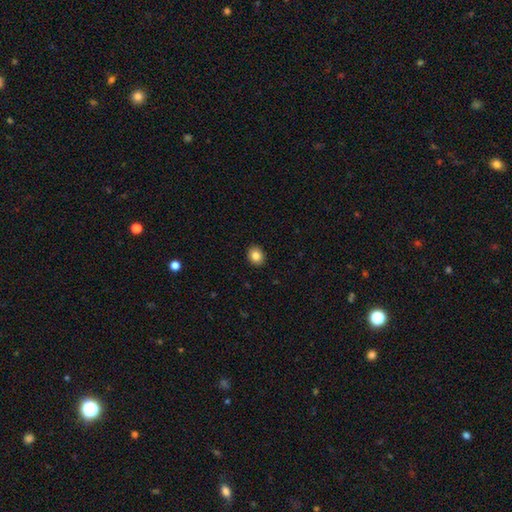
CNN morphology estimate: smooth_or_featured: smooth (p=0.85) [alt: star or artifact p=0.10]
how_rounded: round (p=0.63) [alt: in between p=0.36]
merging: none (p=0.92) [alt: minor disturbance p=0.06]